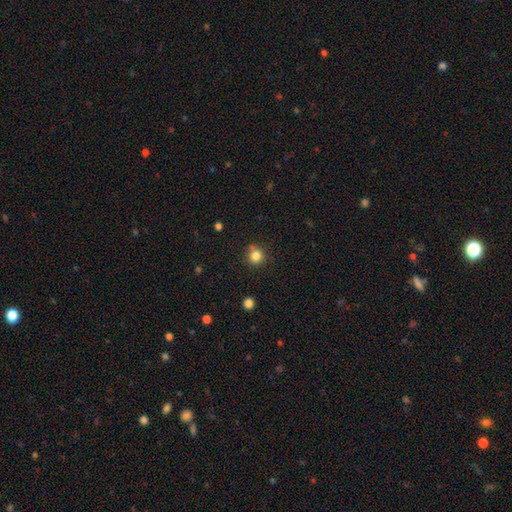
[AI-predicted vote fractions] A smooth galaxy with no disk features (82%) that is round (92%). Merging: none (78%).